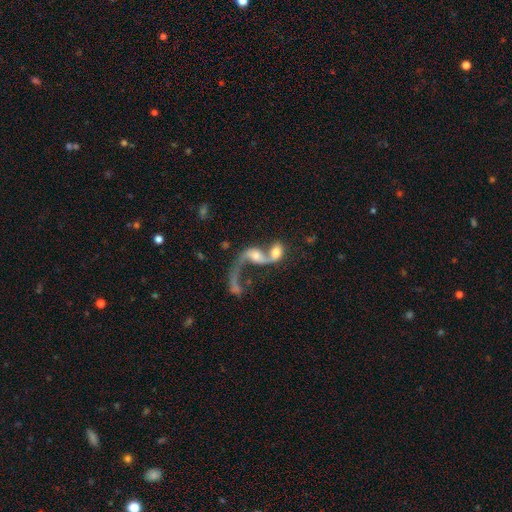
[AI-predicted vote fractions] smooth_or_featured: featured or disk (p=0.67) [alt: smooth p=0.25]
disk_edge_on: no (p=0.95) [alt: yes p=0.05]
bar: no (p=0.61) [alt: weak p=0.29]
has_spiral_arms: yes (p=0.75) [alt: no p=0.25]
bulge_size: moderate (p=0.45) [alt: small p=0.29]
merging: merger (p=0.70) [alt: major disturbance p=0.13]